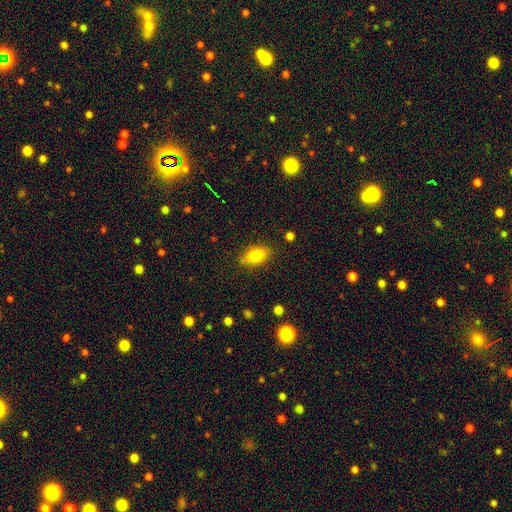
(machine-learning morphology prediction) Smooth or featured?
  - smooth: 80% *
  - featured or disk: 11%
  - star or artifact: 9%
How rounded?
  - in between: 84% *
  - round: 13%
  - cigar-shaped: 3%
Merging?
  - none: 83% *
  - minor disturbance: 13%
  - major disturbance: 3%
  - merger: 2%